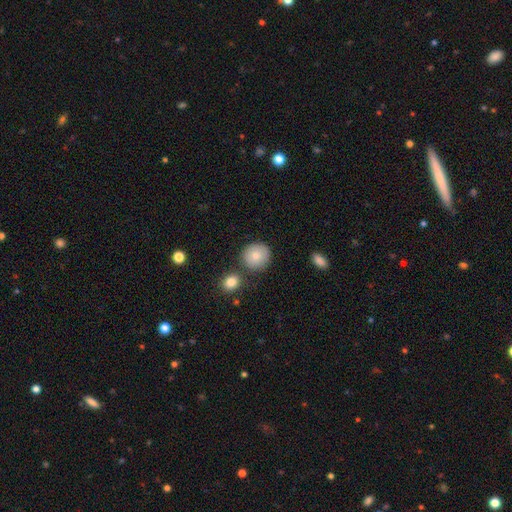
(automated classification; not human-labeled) Overall: smooth (81%). How rounded: round (90%). Merging: none (78%).